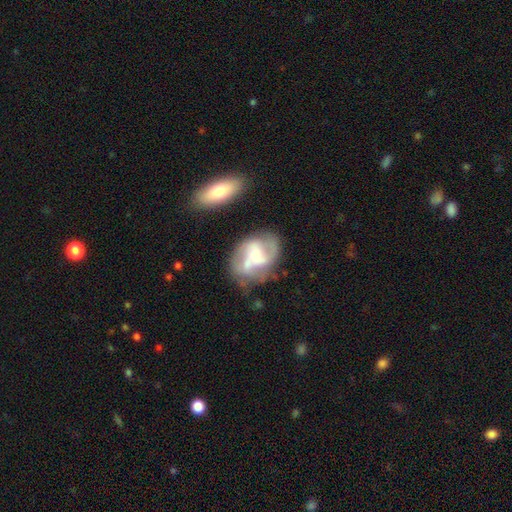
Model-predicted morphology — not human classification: Q: Smooth or featured?
A: featured or disk (74%); runner-up: smooth (19%)
Q: Edge-on disk?
A: no (97%); runner-up: yes (3%)
Q: Bar?
A: no (42%); tied with: weak (42%)
Q: Spiral arms?
A: yes (85%); runner-up: no (15%)
Q: Spiral winding?
A: medium (46%); runner-up: loose (35%)
Q: Spiral arm count?
A: 2 (58%); runner-up: 3 (17%)
Q: Bulge size?
A: moderate (45%); runner-up: small (43%)
Q: Merging?
A: none (52%); runner-up: minor disturbance (22%)